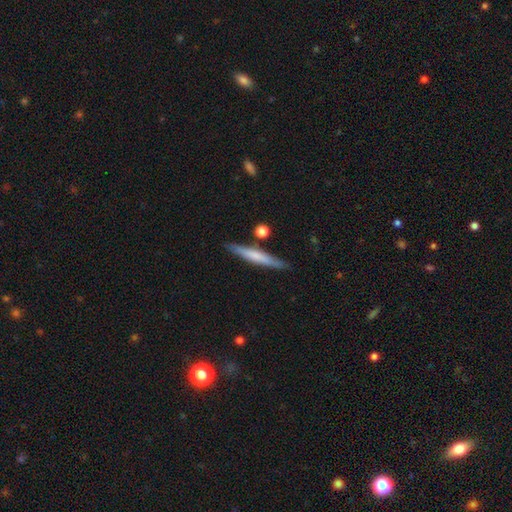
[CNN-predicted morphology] Smooth or featured? Predicted: smooth (p=0.54). How rounded? Predicted: cigar-shaped (p=0.94). Merging? Predicted: none (p=0.85).